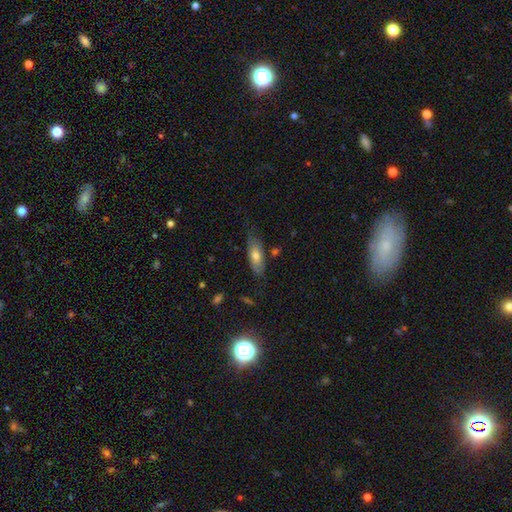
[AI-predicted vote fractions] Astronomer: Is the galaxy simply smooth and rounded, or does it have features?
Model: smooth — 66%.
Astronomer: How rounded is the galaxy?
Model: in between — 75%.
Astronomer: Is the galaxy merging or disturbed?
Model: none — 63%.